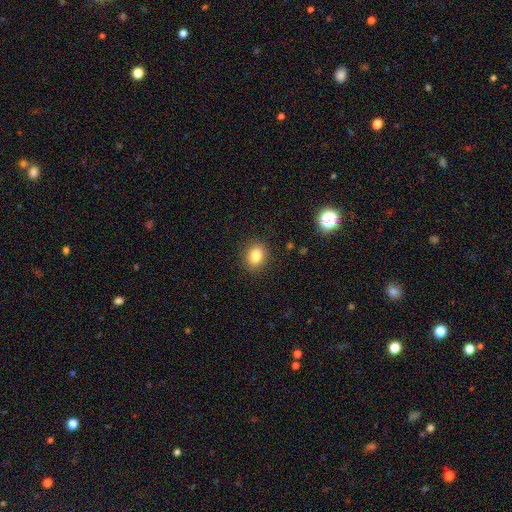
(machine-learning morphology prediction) This appears to be a smooth galaxy with no disk features (83%) that is round (56%). Merging: none (88%).